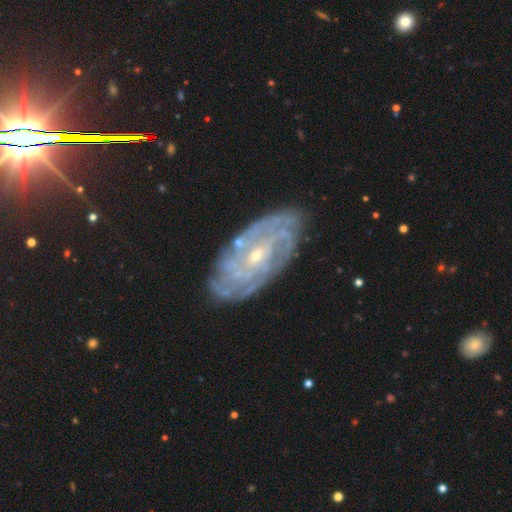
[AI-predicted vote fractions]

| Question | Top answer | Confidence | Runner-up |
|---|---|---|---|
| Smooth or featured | featured or disk | 86% | smooth (7%) |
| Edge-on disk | no | 93% | yes (7%) |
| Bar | no | 46% | weak (39%) |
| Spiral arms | yes | 95% | no (5%) |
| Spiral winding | tight | 75% | medium (20%) |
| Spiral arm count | can't tell | 37% | 4 (18%) |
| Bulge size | small | 70% | moderate (27%) |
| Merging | none | 82% | minor disturbance (13%) |